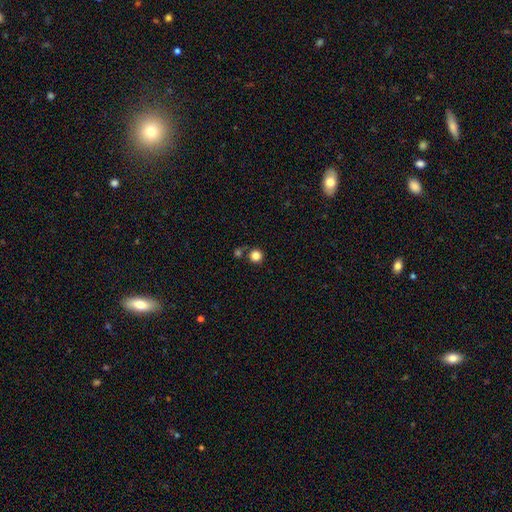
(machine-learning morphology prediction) This is clearly a smooth galaxy (83%). How rounded: clearly round (95%). Merging: likely none (77%).